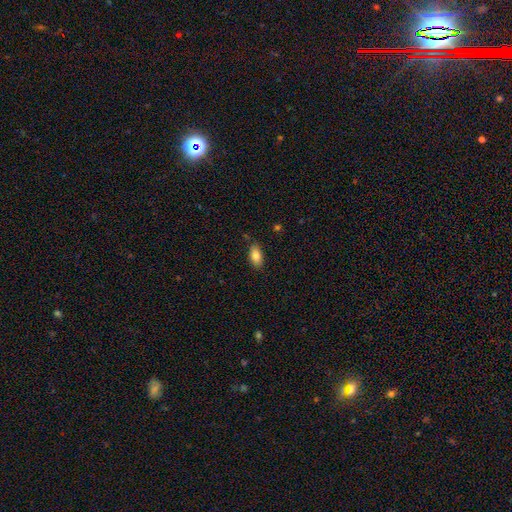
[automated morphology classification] Q: Smooth or featured?
A: smooth (83%); runner-up: featured or disk (9%)
Q: How rounded?
A: in between (90%); runner-up: cigar-shaped (5%)
Q: Merging?
A: none (82%); runner-up: minor disturbance (14%)